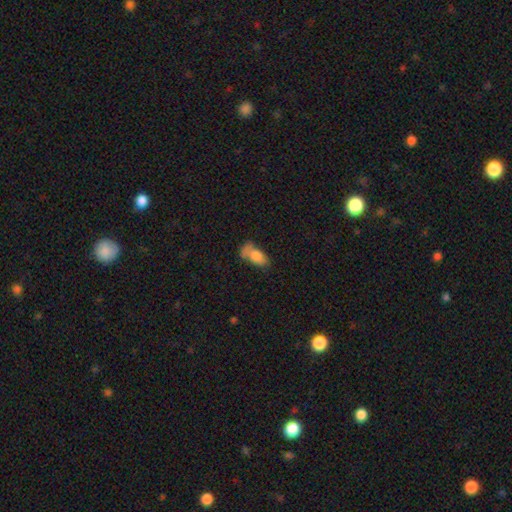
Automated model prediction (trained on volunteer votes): Smooth or featured? Predicted: smooth (p=0.77). How rounded? Predicted: in between (p=0.89). Merging? Predicted: none (p=0.35).